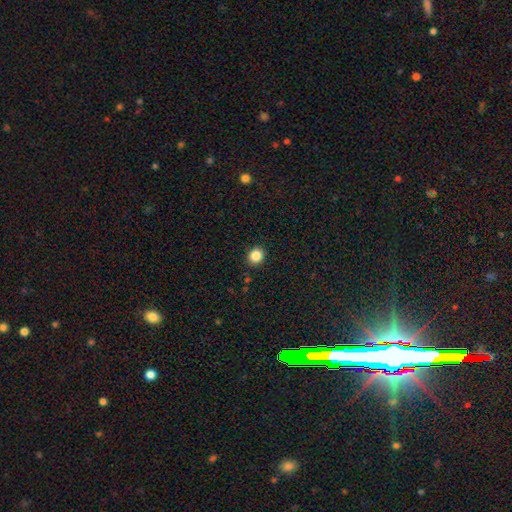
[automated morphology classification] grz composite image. It shows a smooth galaxy with no disk features (86%) that is round (81%). Merging: none (91%).